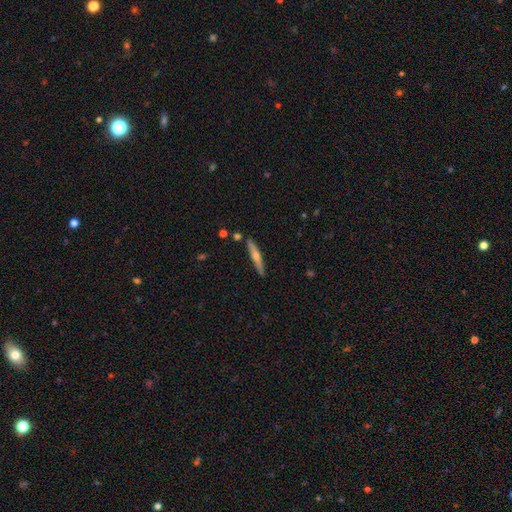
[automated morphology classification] smooth_or_featured: featured or disk (p=0.58) [alt: smooth p=0.36]
disk_edge_on: yes (p=0.96) [alt: no p=0.04]
edge_on_bulge: rounded (p=0.81) [alt: none p=0.16]
merging: none (p=0.88) [alt: minor disturbance p=0.08]